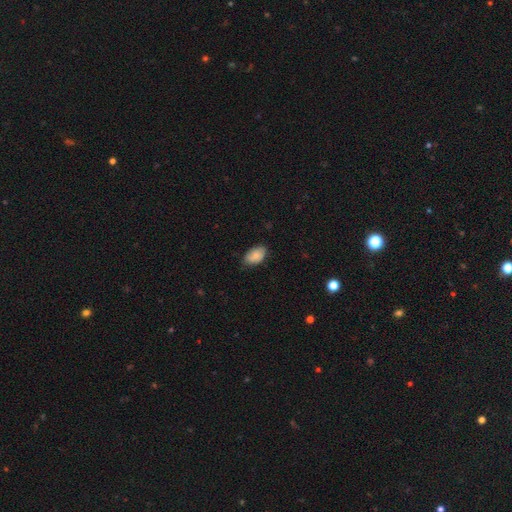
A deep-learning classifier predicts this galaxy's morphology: type=smooth (84%); roundness=in between (92%); merging=none (73%).